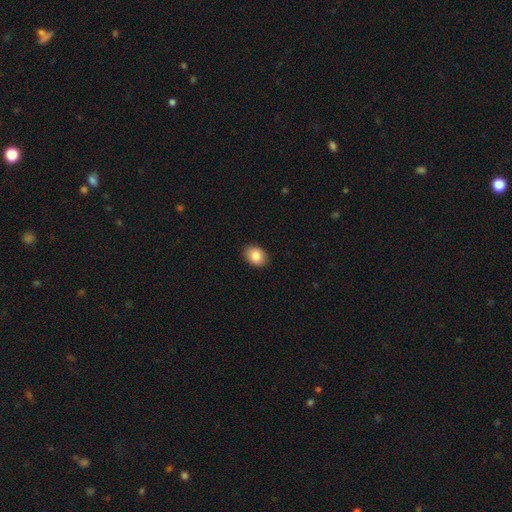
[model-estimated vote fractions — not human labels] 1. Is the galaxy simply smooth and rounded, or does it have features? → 86% smooth, 8% star or artifact, 6% featured or disk.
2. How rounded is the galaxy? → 73% in between, 26% round, 1% cigar-shaped.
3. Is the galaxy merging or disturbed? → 89% none, 8% minor disturbance, 2% major disturbance, 1% merger.